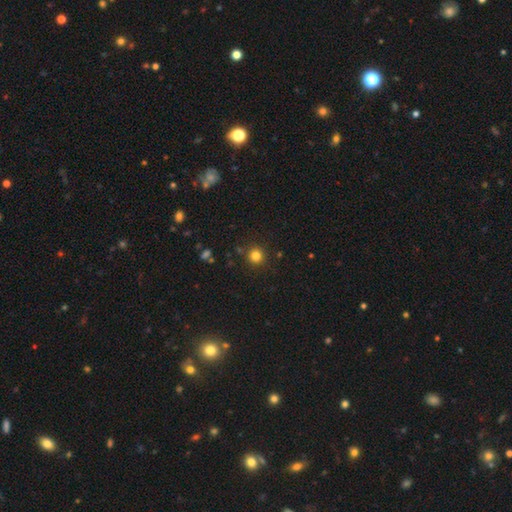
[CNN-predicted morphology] The model was most divided on "smooth or featured": smooth: 82%, star or artifact: 14%, featured or disk: 5%. More confident: how rounded — round (94%); merging — none (89%).